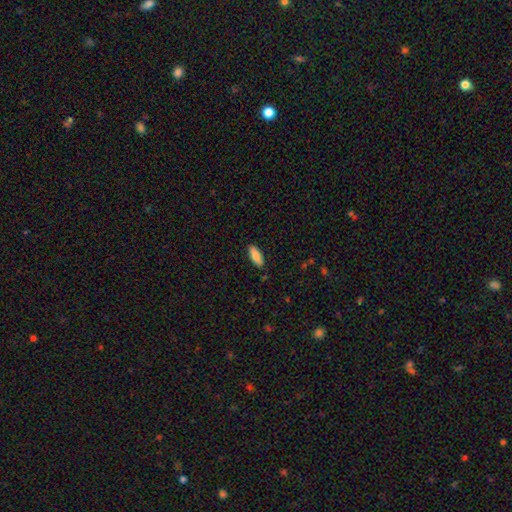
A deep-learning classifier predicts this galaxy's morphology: Smooth or featured: smooth — 80% (featured or disk — 14%)
How rounded: in between — 73% (cigar-shaped — 25%)
Merging: none — 88% (minor disturbance — 9%)